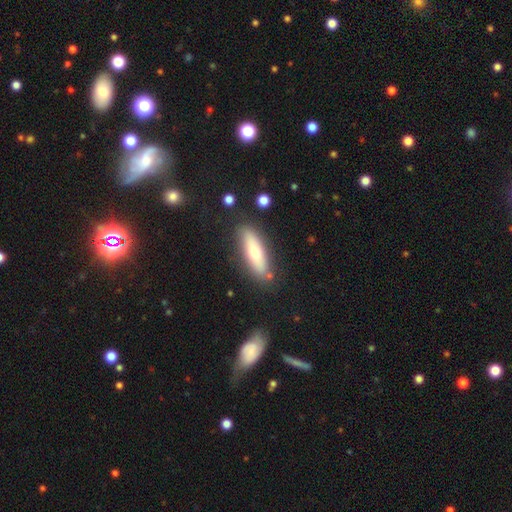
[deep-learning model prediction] Smooth or featured: smooth — 61% (featured or disk — 33%)
How rounded: cigar-shaped — 51% (in between — 47%)
Merging: none — 81% (minor disturbance — 12%)